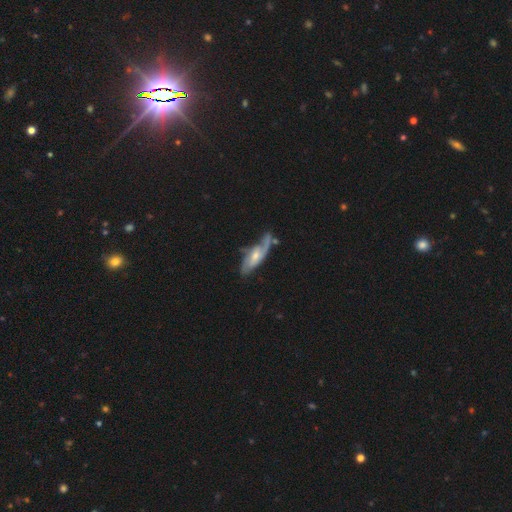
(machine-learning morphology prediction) A featured or disk galaxy (68%) with no bar (61%), spiral arms (81%) and a small central bulge (46%, tied with moderate). Merging: none (46%).